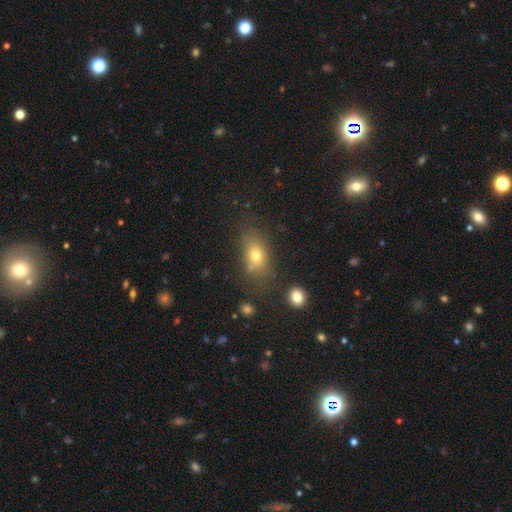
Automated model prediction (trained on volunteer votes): A smooth galaxy with no disk features (71%) that is in between round and cigar-shaped (75%).

Vote fractions:
- Smooth or featured? smooth: 71% / featured or disk: 15% / star or artifact: 14%
- How rounded? in between: 75% / round: 21% / cigar-shaped: 4%
- Merging? none: 64% / minor disturbance: 19% / major disturbance: 9% / merger: 8%